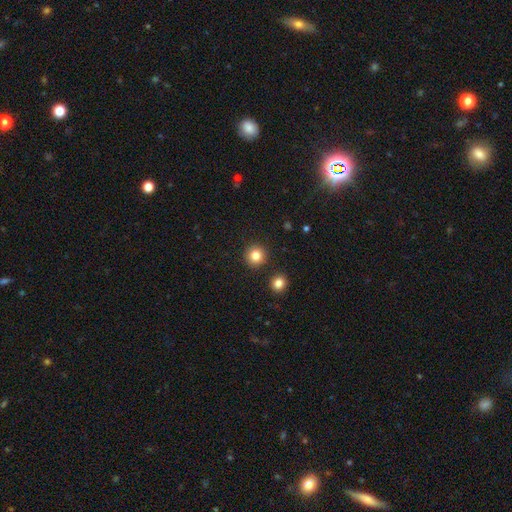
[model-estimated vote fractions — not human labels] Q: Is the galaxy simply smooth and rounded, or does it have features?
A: smooth — 83%.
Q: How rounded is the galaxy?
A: round — 94%.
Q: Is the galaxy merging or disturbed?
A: none — 90%.